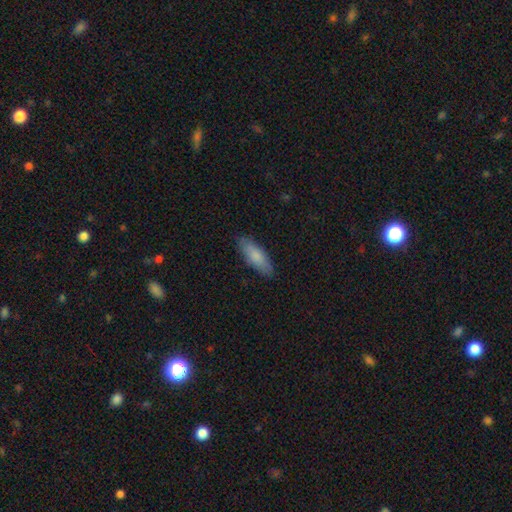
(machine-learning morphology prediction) smooth_or_featured: smooth (p=0.81) [alt: featured or disk p=0.14]
how_rounded: in between (p=0.59) [alt: cigar-shaped p=0.39]
merging: none (p=0.85) [alt: minor disturbance p=0.12]